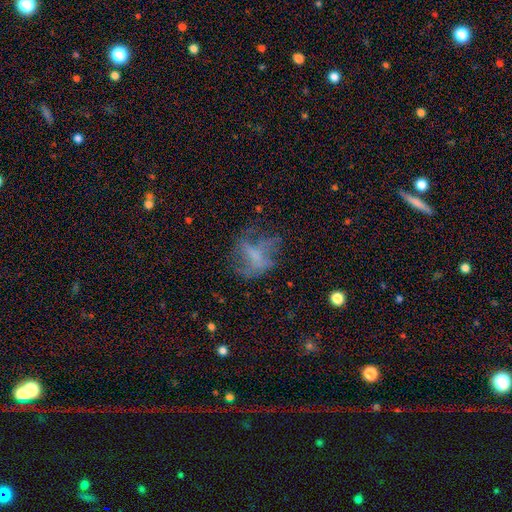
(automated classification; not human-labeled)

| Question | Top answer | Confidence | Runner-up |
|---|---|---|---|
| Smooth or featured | featured or disk | 51% | smooth (30%) |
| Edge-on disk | no | 97% | yes (3%) |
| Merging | none | 43% | major disturbance (36%) |